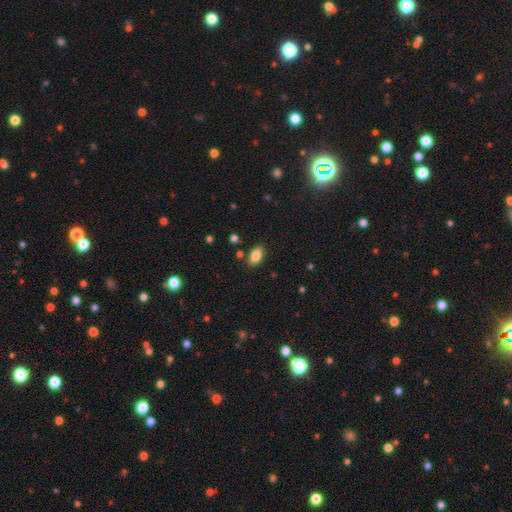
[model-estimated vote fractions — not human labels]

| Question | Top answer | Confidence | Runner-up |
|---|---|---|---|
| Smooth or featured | smooth | 84% | star or artifact (8%) |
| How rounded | in between | 91% | round (5%) |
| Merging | none | 85% | minor disturbance (10%) |